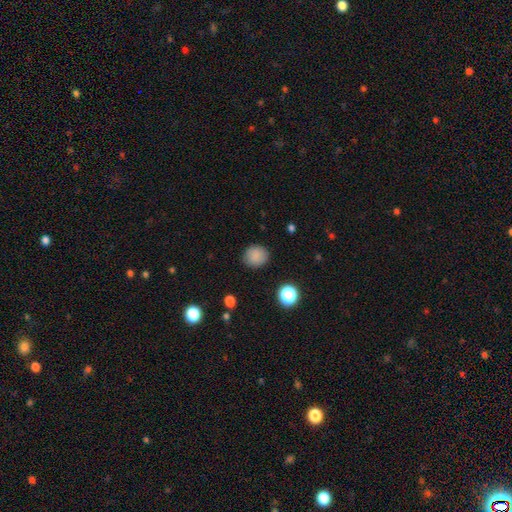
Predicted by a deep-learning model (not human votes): A smooth galaxy with no disk features (85%) that is round (83%).

Vote fractions:
- Smooth or featured? smooth: 85% / star or artifact: 11% / featured or disk: 5%
- How rounded? round: 83% / in between: 17% / cigar-shaped: 1%
- Merging? none: 86% / minor disturbance: 10% / major disturbance: 3% / merger: 1%